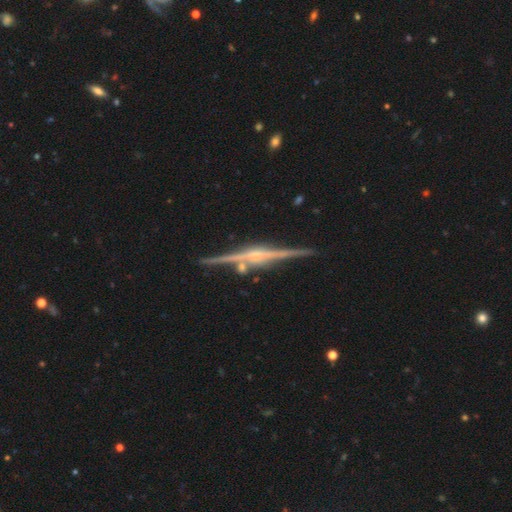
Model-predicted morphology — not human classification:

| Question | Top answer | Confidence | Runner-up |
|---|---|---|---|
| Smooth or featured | featured or disk | 88% | smooth (6%) |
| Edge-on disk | yes | 98% | no (2%) |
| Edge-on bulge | rounded | 65% | boxy (23%) |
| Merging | none | 86% | minor disturbance (9%) |